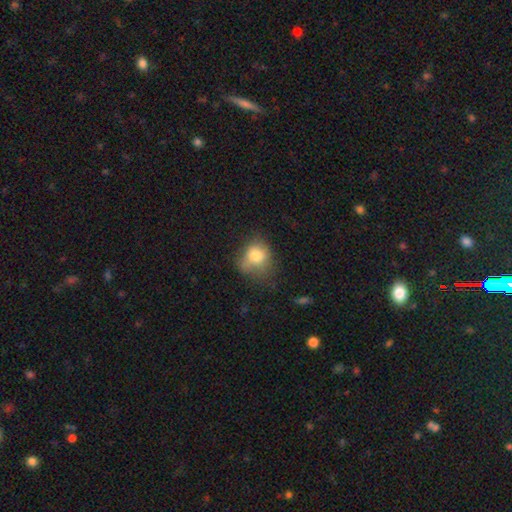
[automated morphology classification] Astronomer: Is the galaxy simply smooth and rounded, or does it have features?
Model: smooth — 75%.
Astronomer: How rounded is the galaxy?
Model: round — 61% (runner-up: in between, 38%).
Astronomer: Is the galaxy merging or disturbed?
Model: none — 43% (runner-up: minor disturbance, 33%).